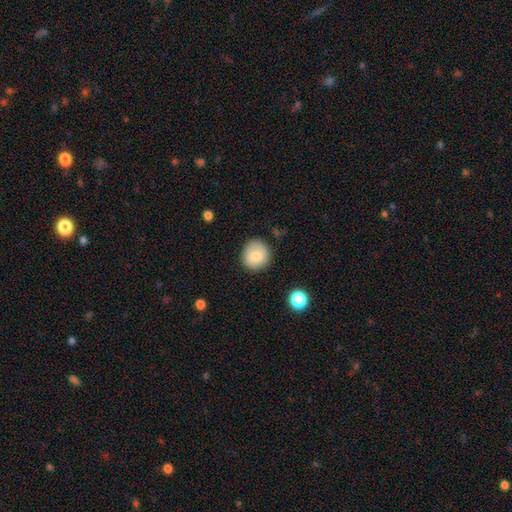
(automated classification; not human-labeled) Overall: smooth (80%). How rounded: round (89%). Merging: none (84%).